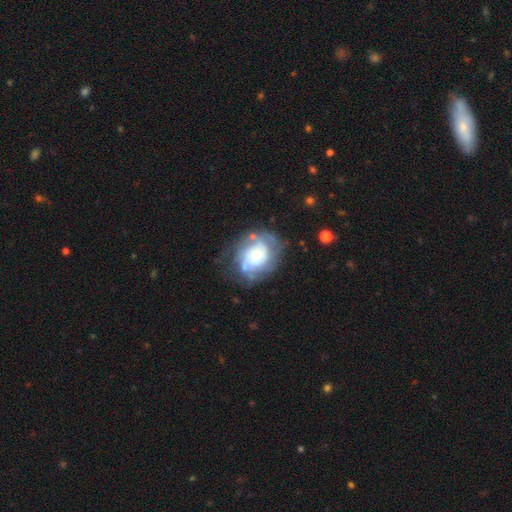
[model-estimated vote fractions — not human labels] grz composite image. It shows a featured or disk galaxy (69%) with no bar (81%), tight (59%) spiral arms (80%) and a small central bulge (35%). Merging: none (59%).